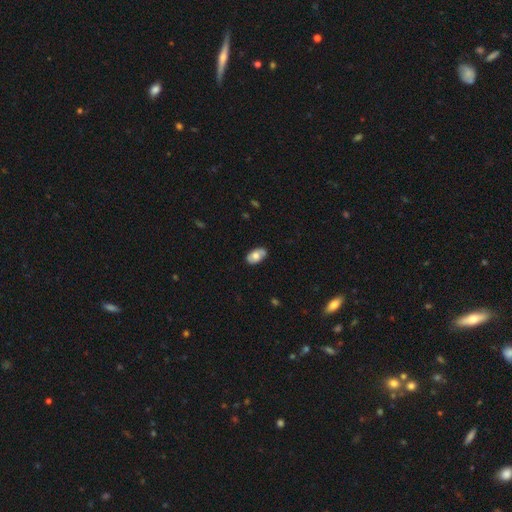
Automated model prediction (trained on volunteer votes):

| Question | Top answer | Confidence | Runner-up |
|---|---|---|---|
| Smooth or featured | smooth | 69% | featured or disk (24%) |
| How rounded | in between | 94% | round (5%) |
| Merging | none | 79% | minor disturbance (17%) |